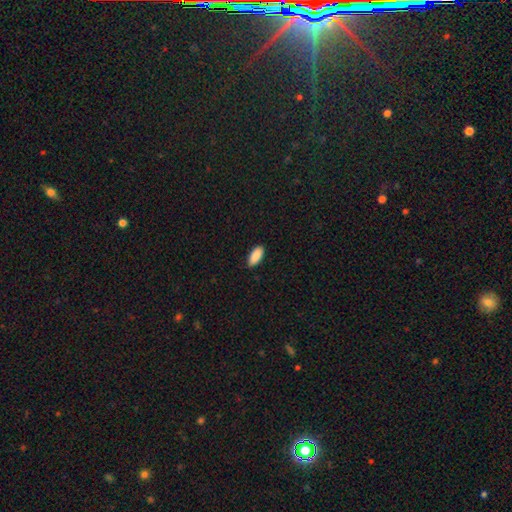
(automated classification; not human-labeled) smooth-or-featured: smooth: 90% | star or artifact: 6% | featured or disk: 3%
  how-rounded: in between: 87% | cigar-shaped: 11% | round: 2%
  merging: none: 88% | minor disturbance: 10% | major disturbance: 2% | merger: 1%